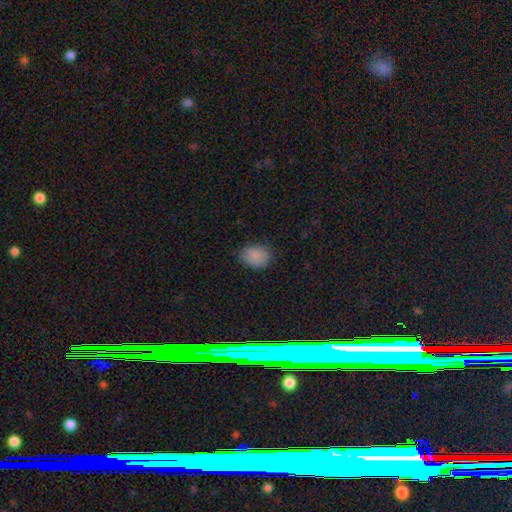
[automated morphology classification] Smooth or featured?
  - smooth: 86% *
  - star or artifact: 9%
  - featured or disk: 5%
How rounded?
  - in between: 64% *
  - round: 35%
  - cigar-shaped: 1%
Merging?
  - none: 76% *
  - minor disturbance: 19%
  - major disturbance: 4%
  - merger: 1%